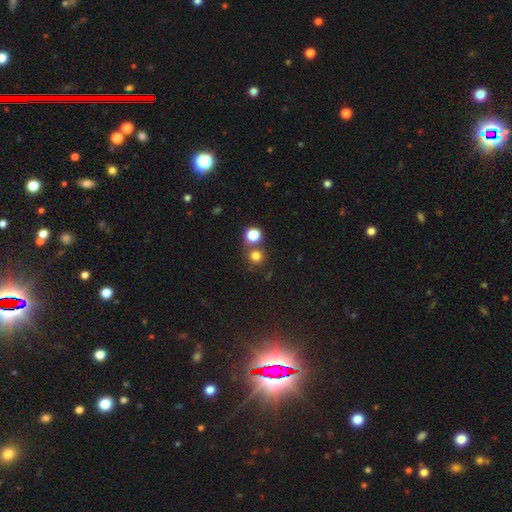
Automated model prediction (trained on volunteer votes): A smooth galaxy with no disk features (76%) that is round (92%).

Vote fractions:
- Smooth or featured? smooth: 76% / star or artifact: 18% / featured or disk: 6%
- How rounded? round: 92% / in between: 7% / cigar-shaped: 1%
- Merging? none: 70% / merger: 21% / minor disturbance: 7% / major disturbance: 3%